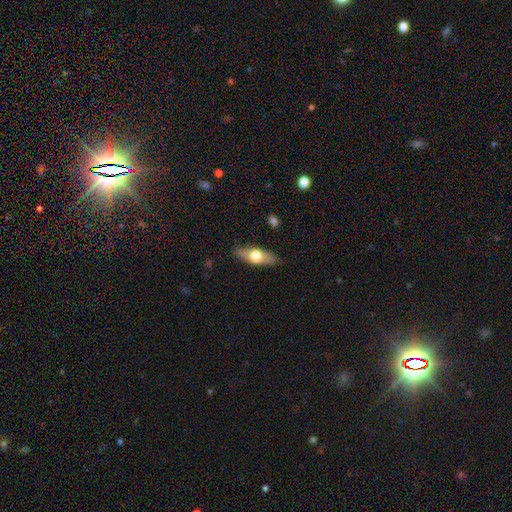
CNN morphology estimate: type=smooth (52%); roundness=in between (60%); merging=none (86%).